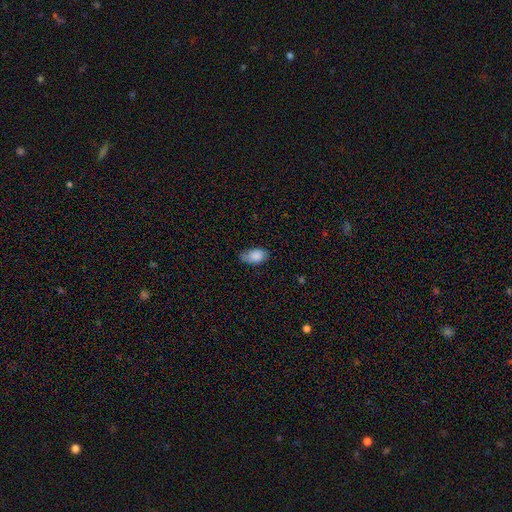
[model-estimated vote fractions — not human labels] Smooth or featured? smooth (85%)
How rounded? in between (92%)
Merging? none (62%)